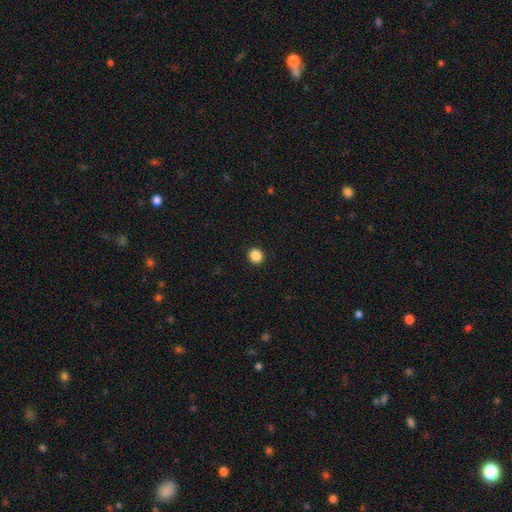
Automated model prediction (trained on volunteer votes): smooth_or_featured: smooth (p=0.87) [alt: star or artifact p=0.10]
how_rounded: round (p=0.89) [alt: in between p=0.10]
merging: none (p=0.93) [alt: minor disturbance p=0.04]